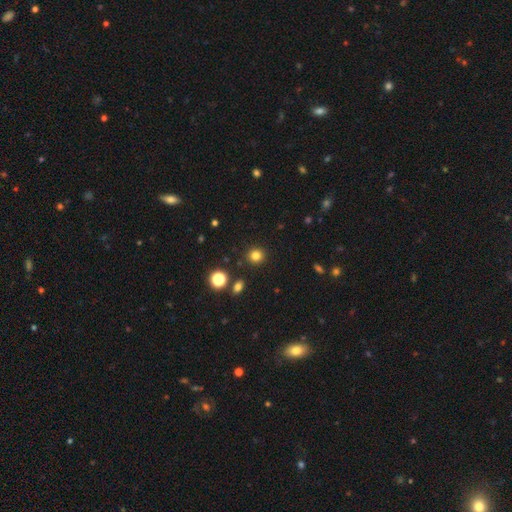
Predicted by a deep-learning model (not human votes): This is clearly a smooth galaxy (81%). How rounded: clearly round (91%). Merging: clearly none (90%).